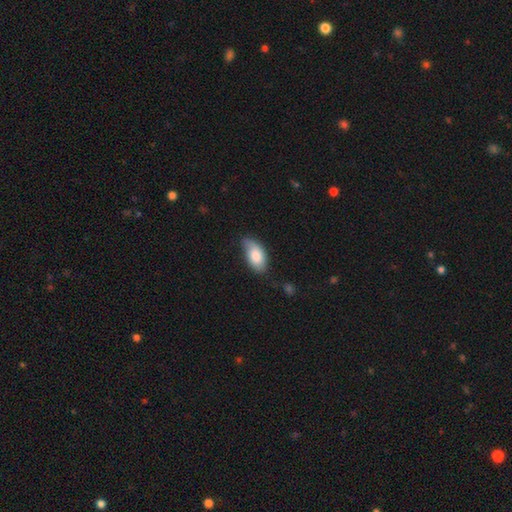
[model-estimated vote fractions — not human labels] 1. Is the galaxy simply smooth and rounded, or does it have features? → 81% smooth, 13% featured or disk, 6% star or artifact.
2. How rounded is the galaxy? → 93% in between, 4% cigar-shaped, 3% round.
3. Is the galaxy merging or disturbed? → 56% none, 34% minor disturbance, 7% major disturbance, 2% merger.